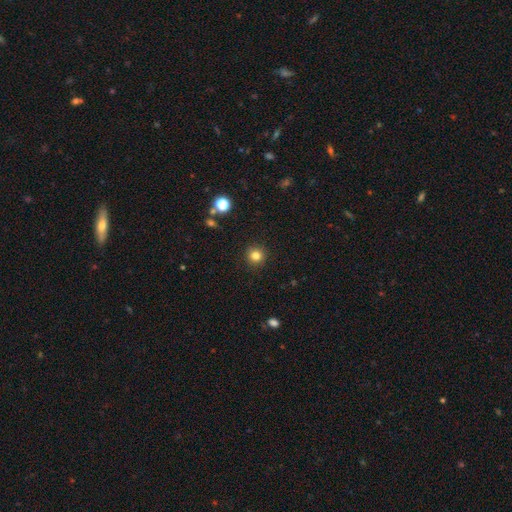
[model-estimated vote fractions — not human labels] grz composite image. It shows a smooth galaxy with no disk features (82%) that is round (94%). Merging: none (91%).